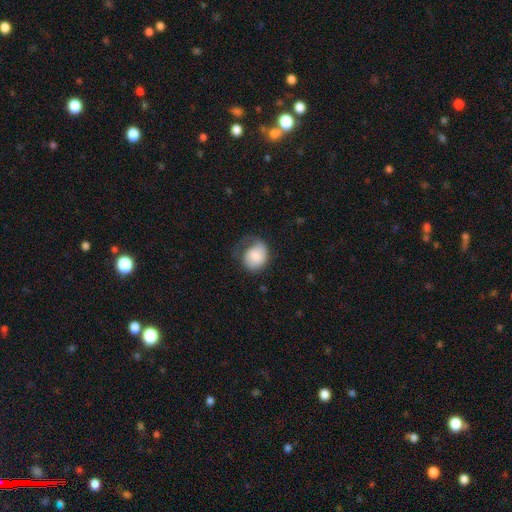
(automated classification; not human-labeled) Morphology: type=smooth (69%); roundness=round (61%); merging=major disturbance (35%).